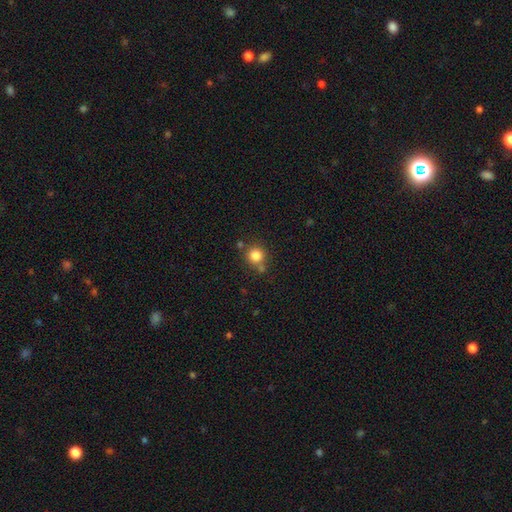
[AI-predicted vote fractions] smooth 83%, star or artifact 11%, featured or disk 6%. Down the decision tree: how rounded — round (91%); merging — none (71%).